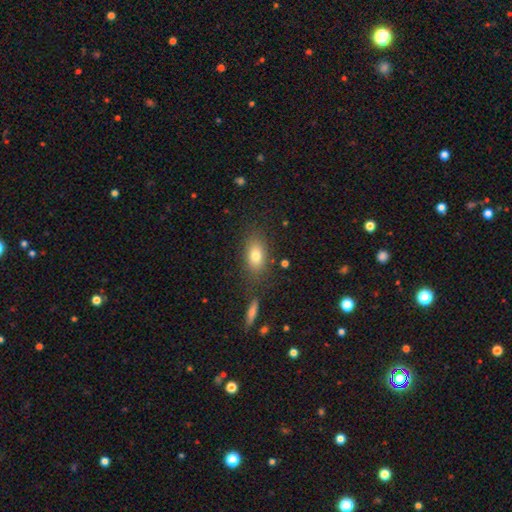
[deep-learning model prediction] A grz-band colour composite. It shows a smooth galaxy with no disk features (77%) that is in between round and cigar-shaped (84%). Merging: none (77%).